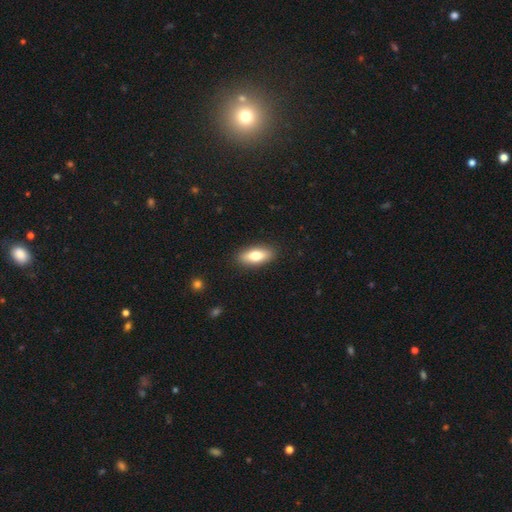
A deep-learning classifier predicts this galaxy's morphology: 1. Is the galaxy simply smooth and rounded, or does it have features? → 73% smooth, 21% featured or disk, 6% star or artifact.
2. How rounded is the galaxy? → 76% in between, 21% cigar-shaped, 3% round.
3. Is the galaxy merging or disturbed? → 89% none, 8% minor disturbance, 2% major disturbance, 1% merger.